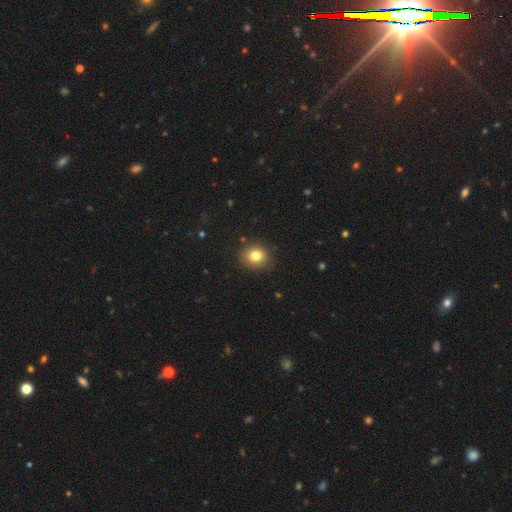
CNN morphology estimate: smooth 81%, star or artifact 11%, featured or disk 8%. Down the decision tree: how rounded — round (76%); merging — none (86%).